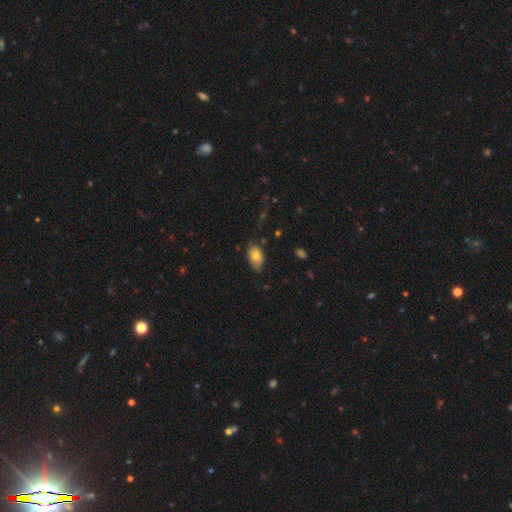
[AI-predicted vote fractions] smooth_or_featured: smooth (p=0.73) [alt: featured or disk p=0.18]
how_rounded: in between (p=0.90) [alt: round p=0.09]
merging: none (p=0.61) [alt: minor disturbance p=0.31]